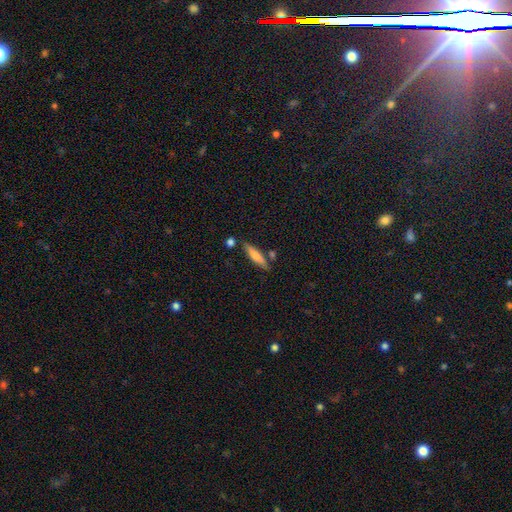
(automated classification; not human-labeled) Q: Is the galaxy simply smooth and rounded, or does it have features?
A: smooth — 66%.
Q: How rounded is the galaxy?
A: cigar-shaped — 79%.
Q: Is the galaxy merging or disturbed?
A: none — 76%.